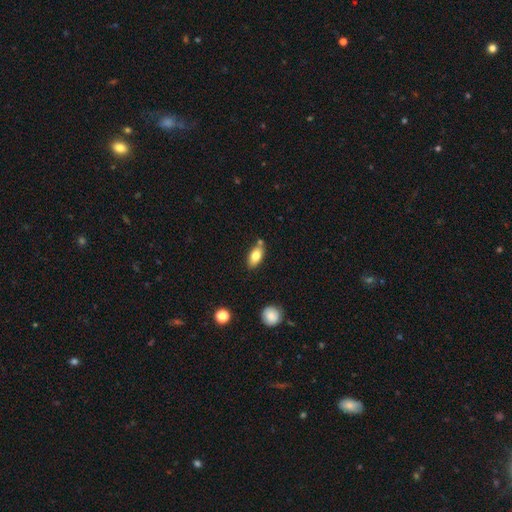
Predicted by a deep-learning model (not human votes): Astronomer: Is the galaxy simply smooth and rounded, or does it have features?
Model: smooth — 76%.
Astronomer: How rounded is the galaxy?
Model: in between — 87%.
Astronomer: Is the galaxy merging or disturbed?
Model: none — 71%.